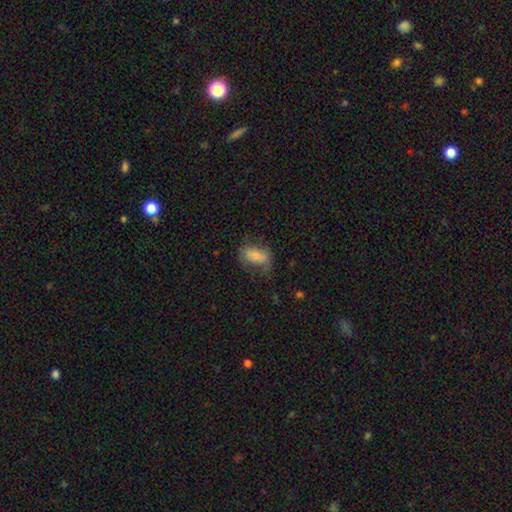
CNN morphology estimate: Q: Smooth or featured?
A: smooth (64%); runner-up: featured or disk (27%)
Q: How rounded?
A: in between (86%); runner-up: round (8%)
Q: Merging?
A: none (55%); runner-up: minor disturbance (27%)